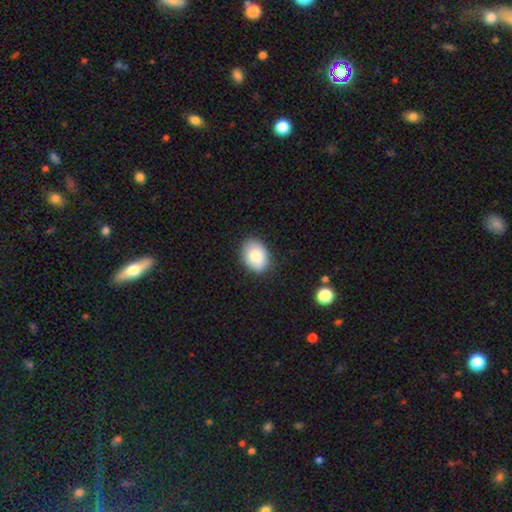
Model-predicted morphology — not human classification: This appears to be a smooth galaxy with no disk features (84%) that is in between round and cigar-shaped (72%). Merging: none (84%).